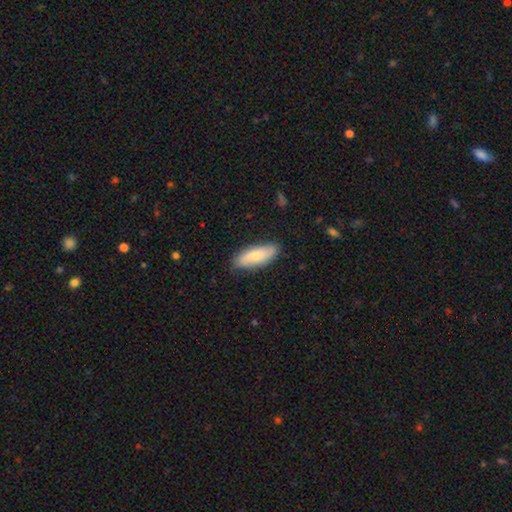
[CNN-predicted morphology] smooth 75%, featured or disk 20%, star or artifact 5%. Down the decision tree: how rounded — in between (71%); merging — none (84%).